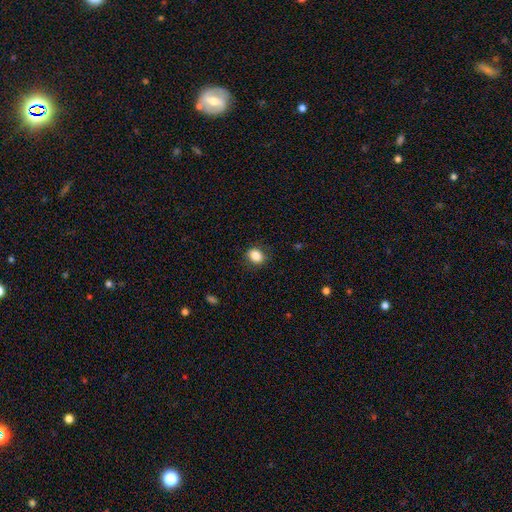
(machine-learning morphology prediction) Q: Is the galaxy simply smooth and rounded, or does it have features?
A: smooth — 85%.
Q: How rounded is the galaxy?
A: in between — 55%.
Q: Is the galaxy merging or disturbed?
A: none — 84%.